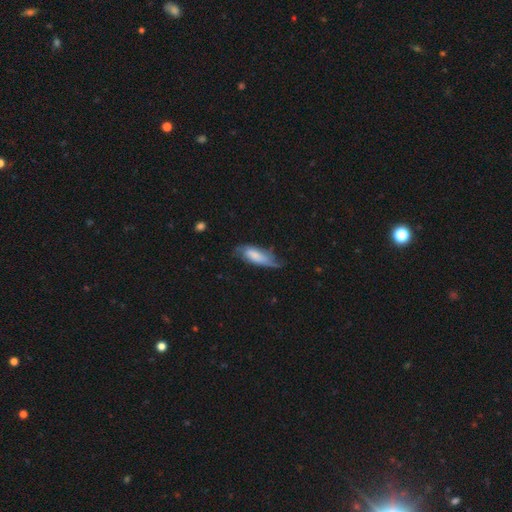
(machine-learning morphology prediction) type=smooth (55%); roundness=in between (68%); merging=none (44%).